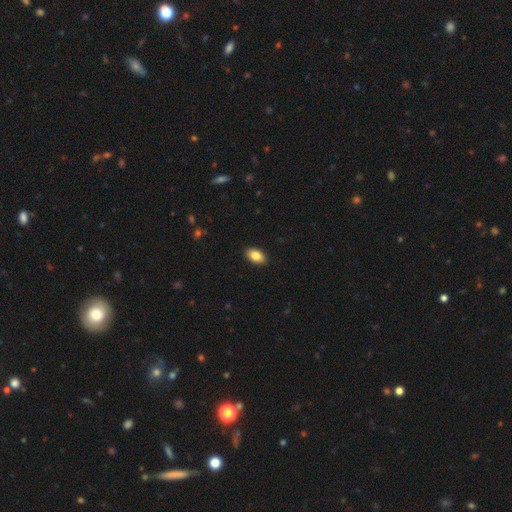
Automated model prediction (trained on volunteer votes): This is clearly a smooth galaxy (85%). How rounded: clearly in between (93%). Merging: clearly none (90%).